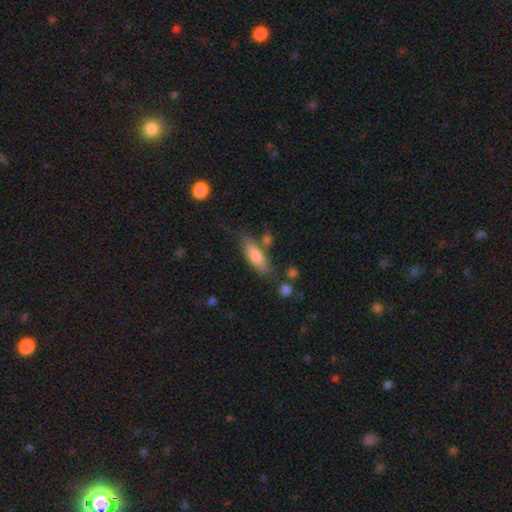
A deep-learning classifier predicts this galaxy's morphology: smooth-or-featured: smooth: 75% | featured or disk: 19% | star or artifact: 6%
  how-rounded: in between: 51% | cigar-shaped: 47% | round: 2%
  merging: none: 69% | minor disturbance: 18% | merger: 8% | major disturbance: 5%